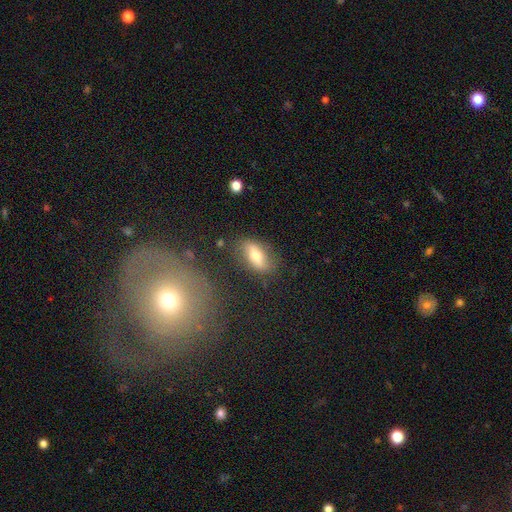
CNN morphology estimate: A smooth galaxy with no disk features (58%) that is in between round and cigar-shaped (79%). Merging: none (77%).